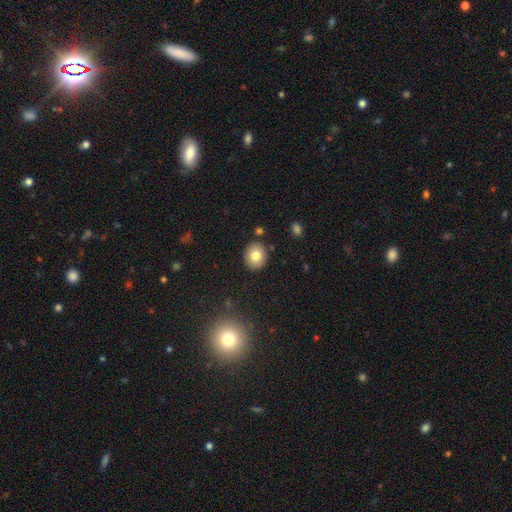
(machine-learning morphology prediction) Smooth or featured? Predicted: smooth (p=0.79). How rounded? Predicted: round (p=0.69). Merging? Predicted: none (p=0.88).